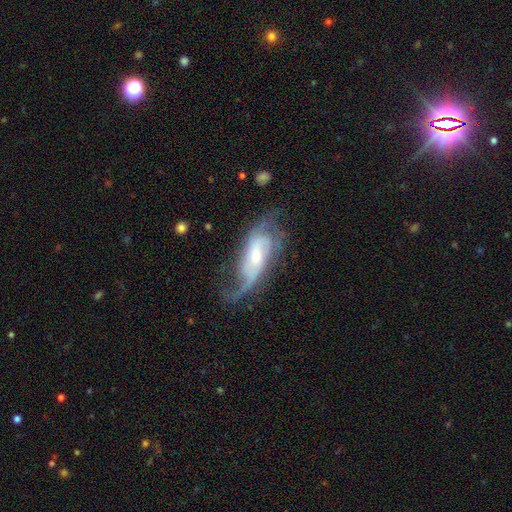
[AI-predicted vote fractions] Smooth or featured? featured or disk (82%)
Edge-on disk? no (91%)
Bar? no (43%)
Spiral arms? yes (93%)
Spiral winding? loose (40%, tied with medium)
Spiral arm count? 2 (49%)
Bulge size? moderate (48%)
Merging? none (50%)